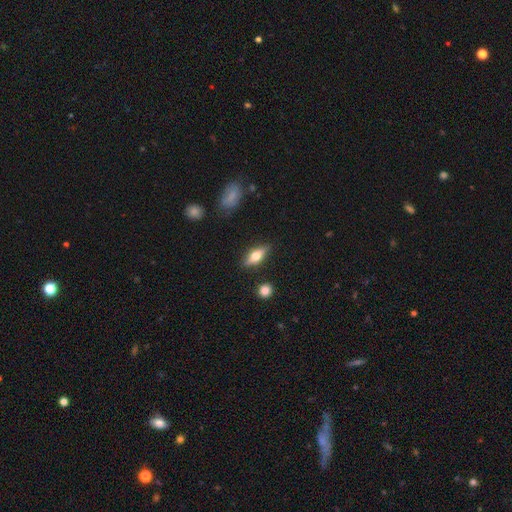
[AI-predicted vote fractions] featured or disk 49%, smooth 44%, star or artifact 7%. Down the decision tree: merging — none (85%).